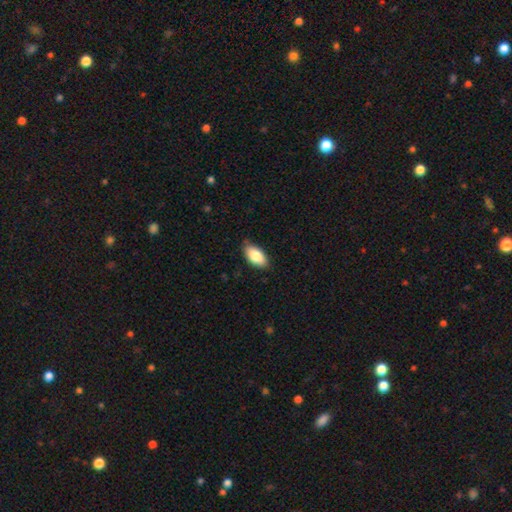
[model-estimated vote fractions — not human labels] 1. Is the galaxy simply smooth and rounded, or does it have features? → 85% smooth, 9% featured or disk, 6% star or artifact.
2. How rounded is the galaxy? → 94% in between, 4% cigar-shaped, 3% round.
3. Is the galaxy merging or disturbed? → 80% none, 17% minor disturbance, 2% major disturbance, 1% merger.